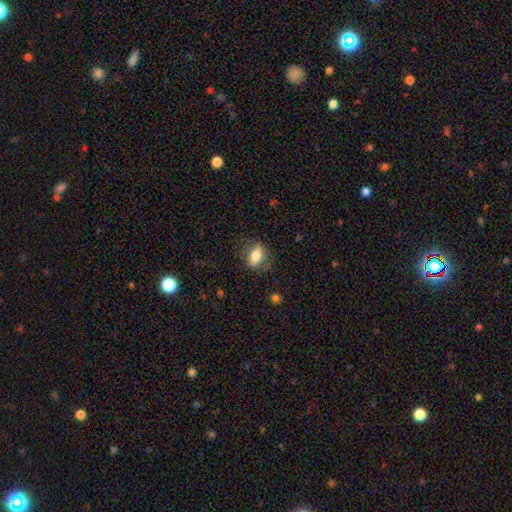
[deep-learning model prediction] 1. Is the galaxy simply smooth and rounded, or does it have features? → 73% smooth, 19% featured or disk, 8% star or artifact.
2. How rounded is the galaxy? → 78% in between, 15% round, 6% cigar-shaped.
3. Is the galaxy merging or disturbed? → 75% none, 17% minor disturbance, 7% major disturbance, 1% merger.